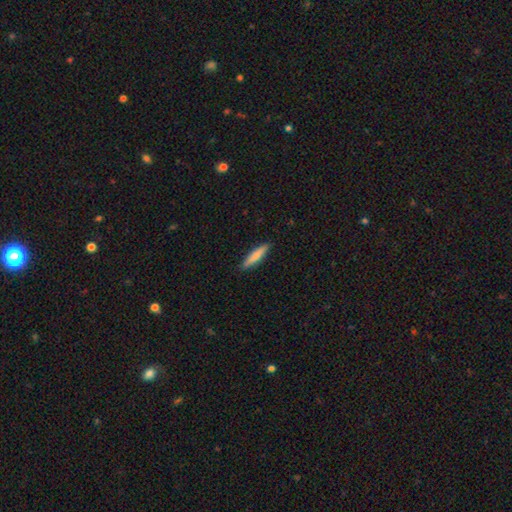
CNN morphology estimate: smooth_or_featured: smooth (p=0.79) [alt: featured or disk p=0.16]
how_rounded: cigar-shaped (p=0.87) [alt: in between p=0.12]
merging: none (p=0.90) [alt: minor disturbance p=0.08]